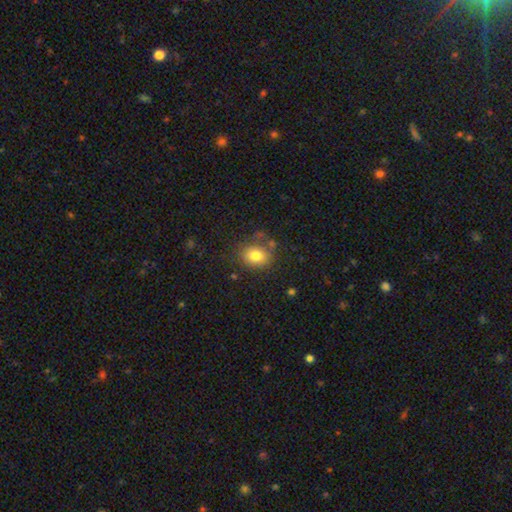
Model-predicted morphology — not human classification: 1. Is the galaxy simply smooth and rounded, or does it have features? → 79% smooth, 11% star or artifact, 10% featured or disk.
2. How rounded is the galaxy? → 59% round, 40% in between, 1% cigar-shaped.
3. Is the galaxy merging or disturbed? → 69% none, 18% minor disturbance, 7% major disturbance, 6% merger.